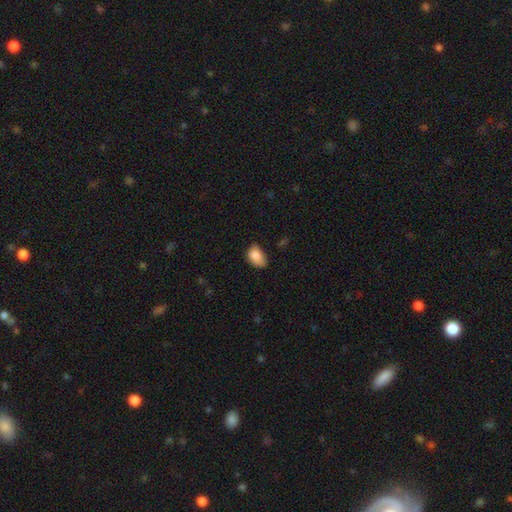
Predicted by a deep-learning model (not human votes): Smooth or featured? smooth (86%)
How rounded? in between (83%)
Merging? none (58%)